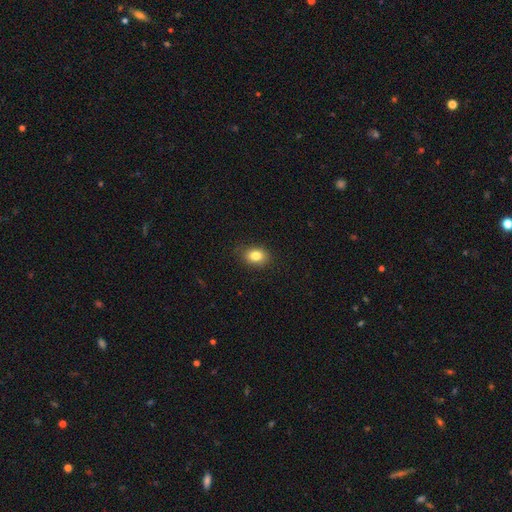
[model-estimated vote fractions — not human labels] Morphology: type=smooth (83%); roundness=in between (60%); merging=none (85%).